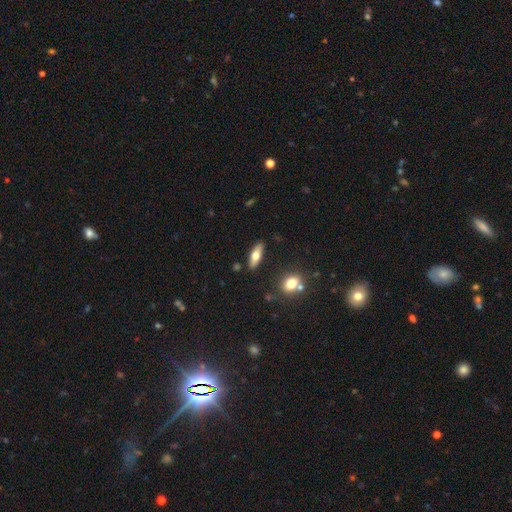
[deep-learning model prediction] Smooth or featured? smooth (58%)
How rounded? in between (53%)
Merging? none (85%)